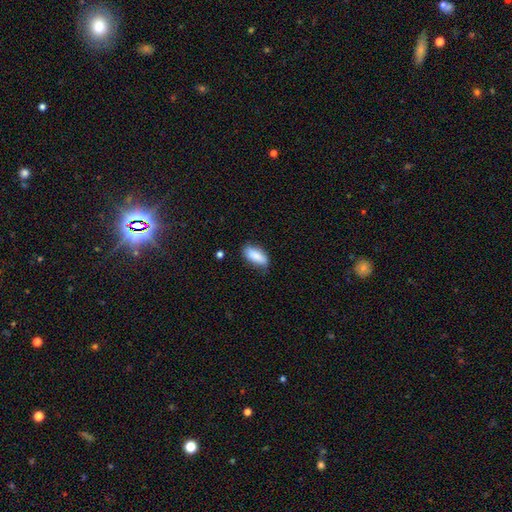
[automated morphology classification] smooth 87%, featured or disk 7%, star or artifact 7%. Down the decision tree: how rounded — in between (82%); merging — none (74%).